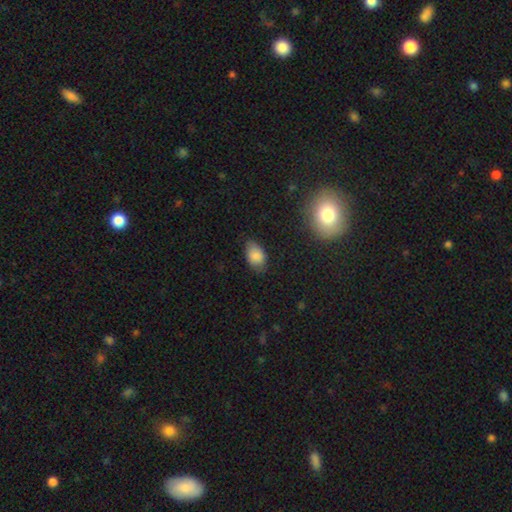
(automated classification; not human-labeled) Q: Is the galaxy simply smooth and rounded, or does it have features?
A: smooth — 83%.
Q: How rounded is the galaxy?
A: in between — 87%.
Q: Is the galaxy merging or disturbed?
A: none — 70%.